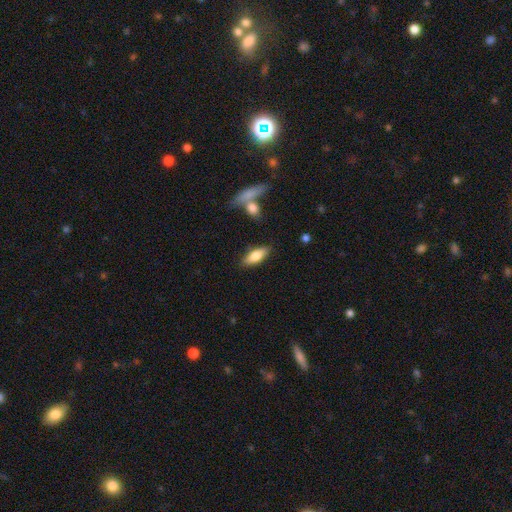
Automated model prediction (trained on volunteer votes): A smooth galaxy with no disk features (76%) that is in between round and cigar-shaped (75%).

Vote fractions:
- Smooth or featured? smooth: 76% / featured or disk: 17% / star or artifact: 6%
- How rounded? in between: 75% / cigar-shaped: 22% / round: 2%
- Merging? none: 83% / minor disturbance: 11% / merger: 4% / major disturbance: 3%